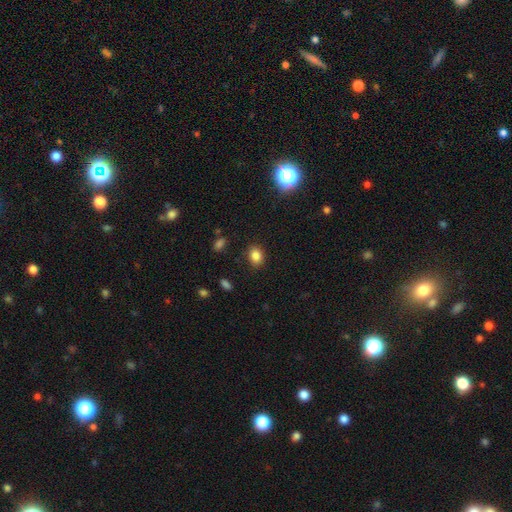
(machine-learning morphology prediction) Smooth or featured: smooth — 84% (star or artifact — 11%)
How rounded: in between — 58% (round — 41%)
Merging: none — 87% (minor disturbance — 9%)